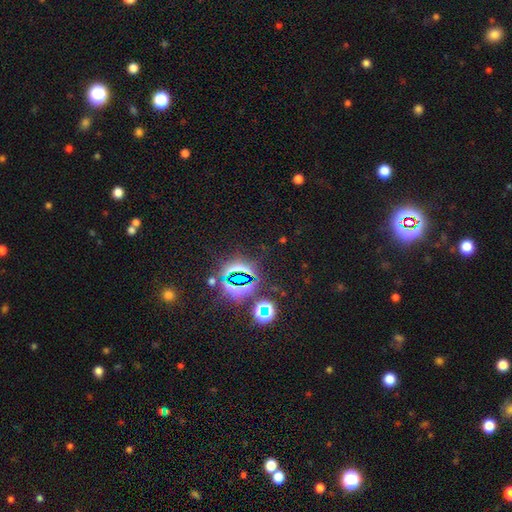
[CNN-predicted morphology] This is clearly a star or artifact rather than a galaxy (81%).